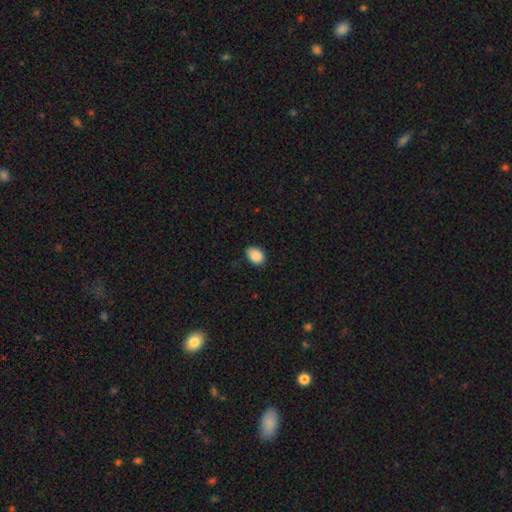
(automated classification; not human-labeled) This appears to be a smooth galaxy with no disk features (90%) that is in between round and cigar-shaped (74%). Merging: none (84%).